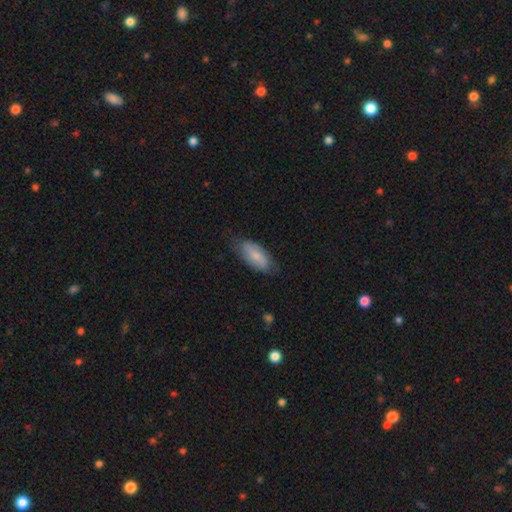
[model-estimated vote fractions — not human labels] Morphology: type=smooth (71%); roundness=in between (87%); merging=none (72%).